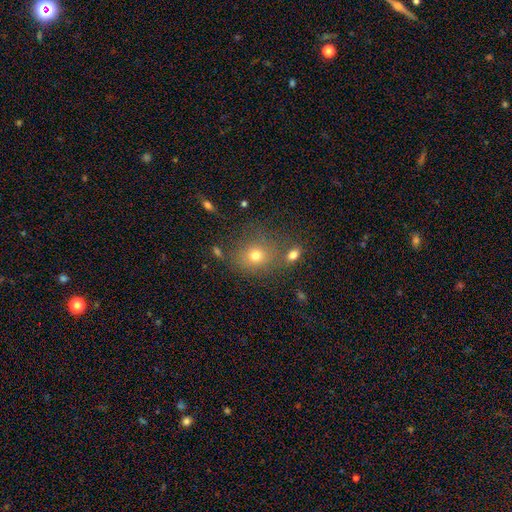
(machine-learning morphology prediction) smooth 73%, star or artifact 16%, featured or disk 12%. Down the decision tree: how rounded — round (73%); merging — none (68%).